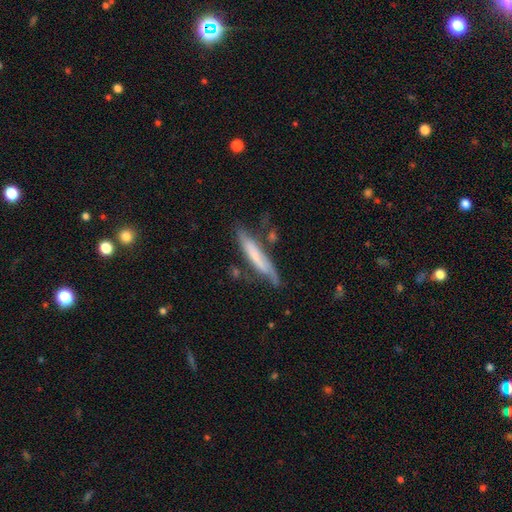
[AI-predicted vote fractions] A featured or disk galaxy (48%). Merging: none (57%).